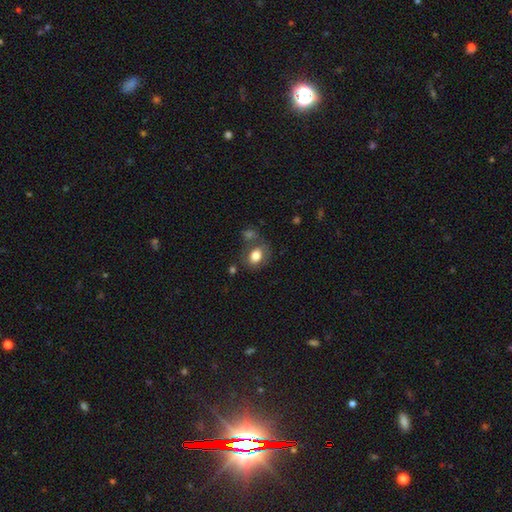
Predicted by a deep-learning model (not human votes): smooth 81%, featured or disk 11%, star or artifact 9%. Down the decision tree: how rounded — in between (64%); merging — none (60%).